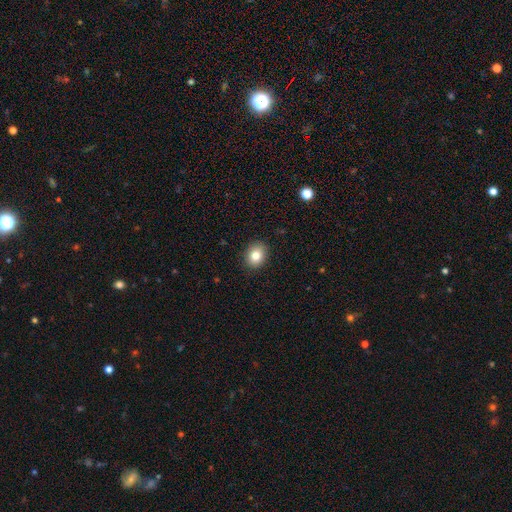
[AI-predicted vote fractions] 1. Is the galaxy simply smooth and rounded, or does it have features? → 82% smooth, 10% star or artifact, 8% featured or disk.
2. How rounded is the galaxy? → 56% round, 44% in between, 1% cigar-shaped.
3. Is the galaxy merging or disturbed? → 90% none, 8% minor disturbance, 2% major disturbance, 1% merger.